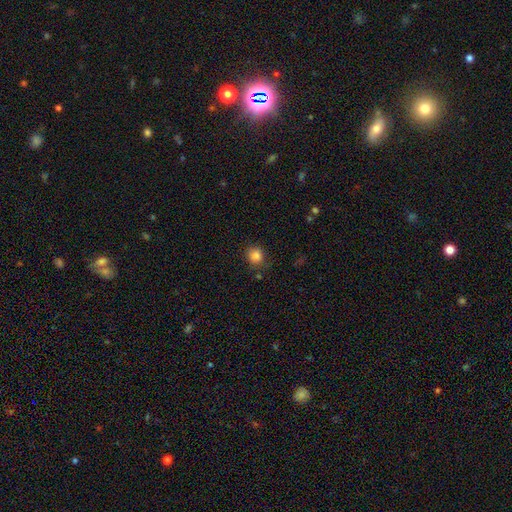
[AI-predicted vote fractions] smooth 85%, star or artifact 11%, featured or disk 4%. Down the decision tree: how rounded — round (82%); merging — none (80%).